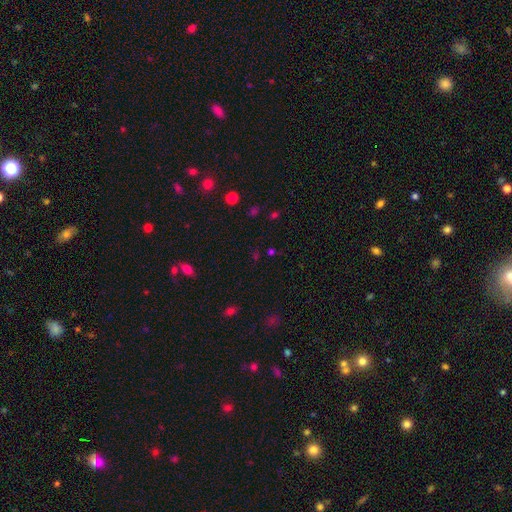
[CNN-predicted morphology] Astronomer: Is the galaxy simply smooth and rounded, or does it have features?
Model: star or artifact — 53% (runner-up: smooth, 39%).